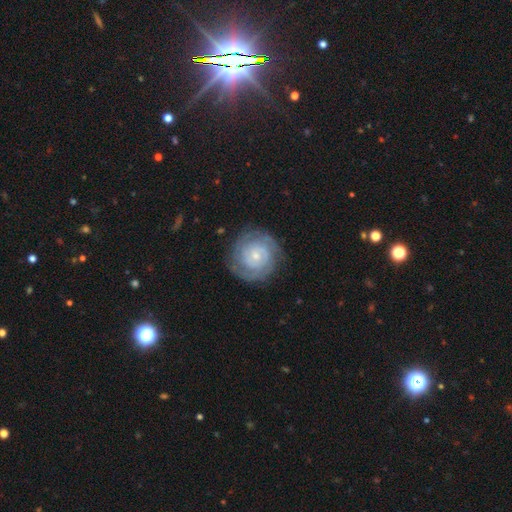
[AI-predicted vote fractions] This is clearly a featured or disk galaxy (82%). It is clearly not viewed edge-on (98%). Bar: likely no (73%). Spiral arm pattern: clearly yes (95%). Spiral arm count: marginally 2 (38%). Spiral winding: likely tight (78%). Central bulge: likely small (69%). Merging: clearly none (81%).